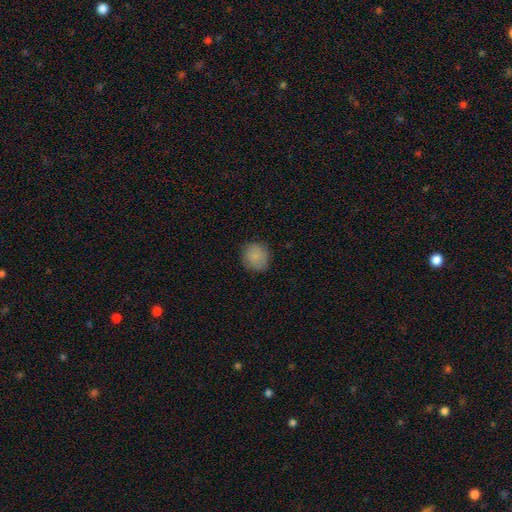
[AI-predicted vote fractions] Smooth or featured? Predicted: smooth (p=0.86). How rounded? Predicted: round (p=0.87). Merging? Predicted: none (p=0.84).